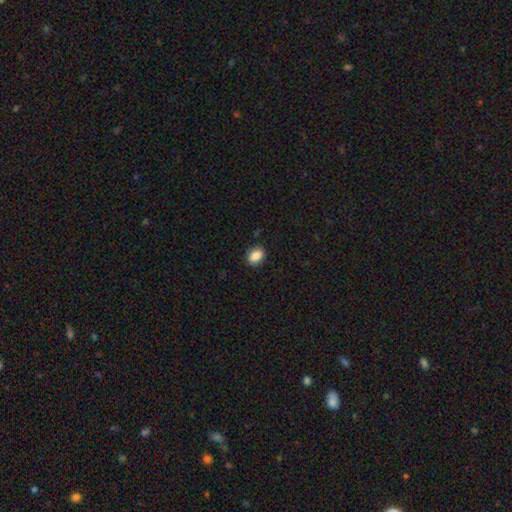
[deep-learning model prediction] Smooth or featured: smooth — 88% (star or artifact — 8%)
How rounded: in between — 73% (round — 26%)
Merging: none — 87% (minor disturbance — 10%)